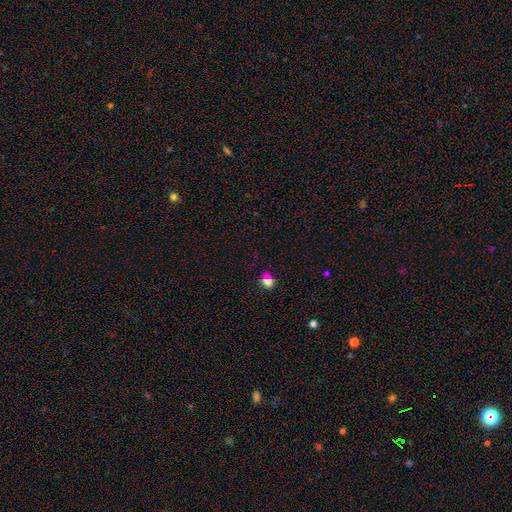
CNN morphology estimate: Overall: smooth (56%; star or artifact 37%). How rounded: round (64%; in between 34%). Merging: none (73%).